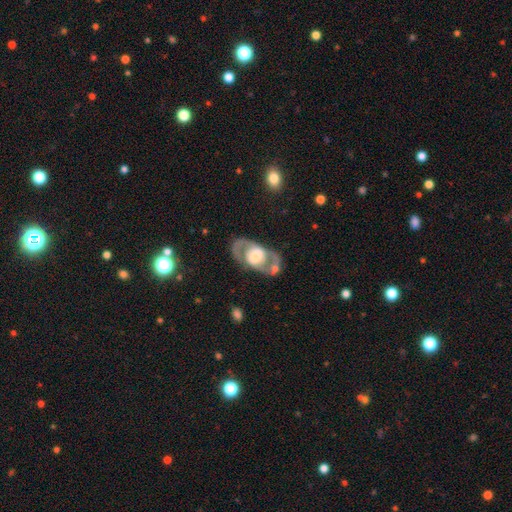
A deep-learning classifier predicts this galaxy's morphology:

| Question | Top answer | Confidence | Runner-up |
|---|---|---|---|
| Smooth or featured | featured or disk | 73% | smooth (22%) |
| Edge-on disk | no | 90% | yes (10%) |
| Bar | no | 57% | weak (28%) |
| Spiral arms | yes | 55% | no (45%) |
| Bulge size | large | 54% | moderate (26%) |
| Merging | none | 66% | minor disturbance (16%) |